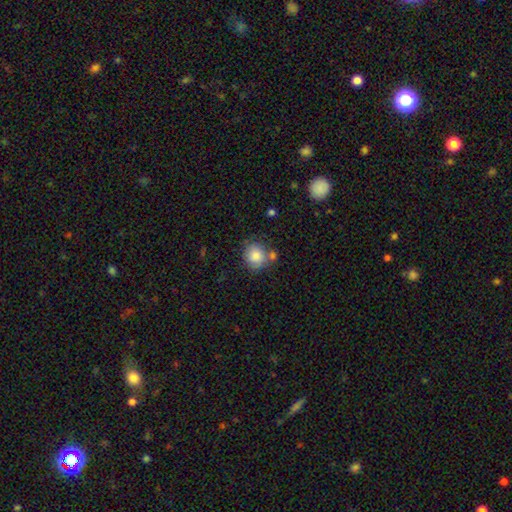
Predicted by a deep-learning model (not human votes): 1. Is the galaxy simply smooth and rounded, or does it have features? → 83% smooth, 9% featured or disk, 8% star or artifact.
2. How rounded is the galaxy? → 83% round, 17% in between, 1% cigar-shaped.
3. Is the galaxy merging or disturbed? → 61% none, 18% merger, 16% minor disturbance, 5% major disturbance.